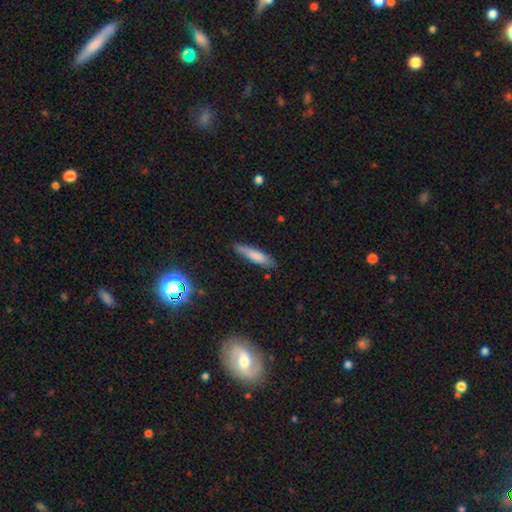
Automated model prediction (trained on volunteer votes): Overall: smooth (77%). How rounded: cigar-shaped (78%). Merging: none (77%).